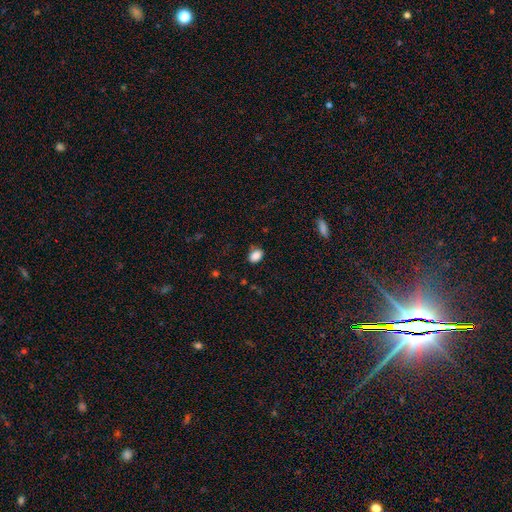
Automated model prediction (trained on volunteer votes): smooth_or_featured: smooth (p=0.87) [alt: star or artifact p=0.09]
how_rounded: in between (p=0.76) [alt: round p=0.22]
merging: none (p=0.76) [alt: minor disturbance p=0.18]